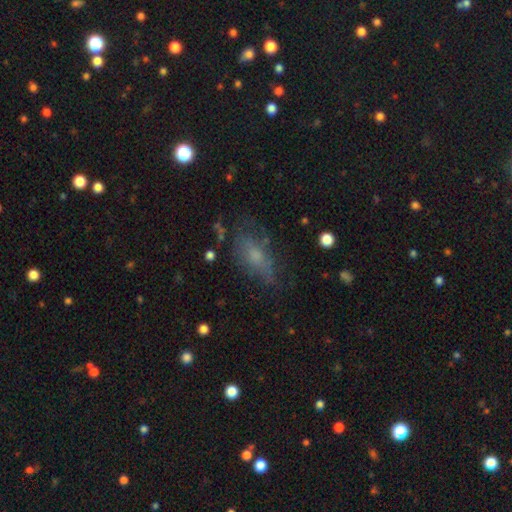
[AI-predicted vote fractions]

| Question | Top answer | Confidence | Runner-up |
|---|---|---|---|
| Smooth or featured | smooth | 53% | featured or disk (33%) |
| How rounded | in between | 79% | cigar-shaped (14%) |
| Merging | none | 54% | minor disturbance (25%) |